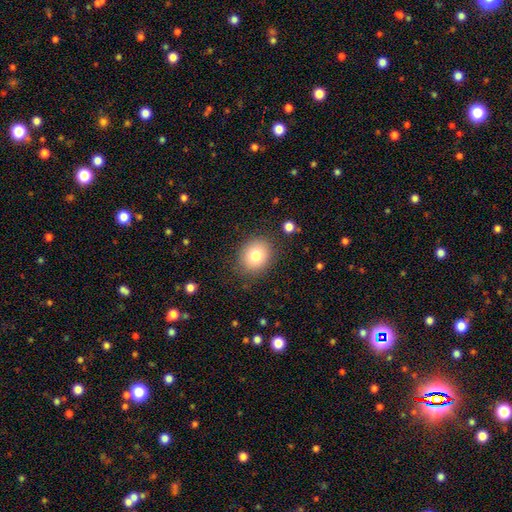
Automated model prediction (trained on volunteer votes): Overall: smooth (79%). How rounded: round (68%; in between 31%). Merging: none (85%).